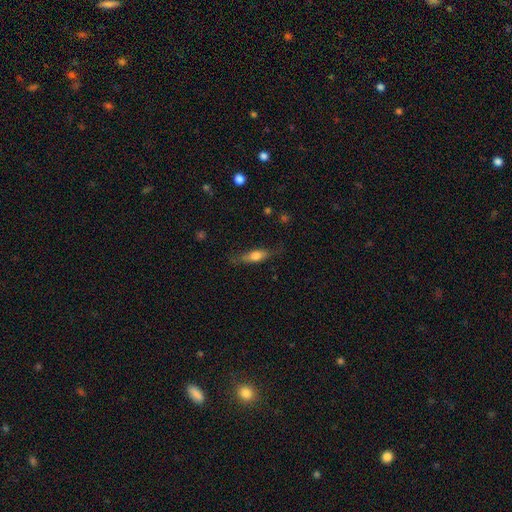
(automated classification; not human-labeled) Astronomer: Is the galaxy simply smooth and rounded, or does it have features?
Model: smooth — 64%.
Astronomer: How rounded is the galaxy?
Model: in between — 50% (runner-up: cigar-shaped, 46%).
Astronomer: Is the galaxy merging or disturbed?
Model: none — 70%.